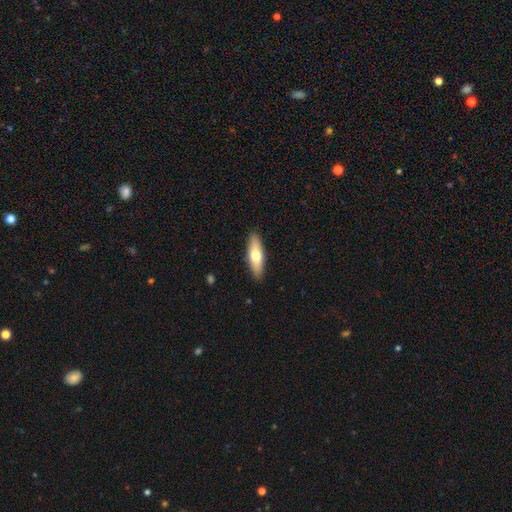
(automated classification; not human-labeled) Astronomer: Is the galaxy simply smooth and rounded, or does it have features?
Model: smooth — 63%.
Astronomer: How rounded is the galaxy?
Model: cigar-shaped — 50% (runner-up: in between, 48%).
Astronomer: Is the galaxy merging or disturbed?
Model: none — 90%.